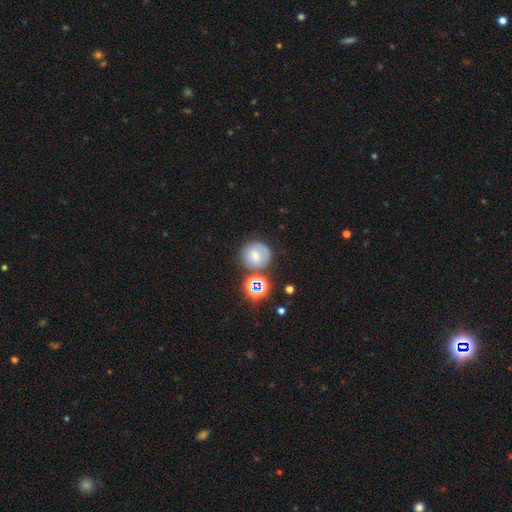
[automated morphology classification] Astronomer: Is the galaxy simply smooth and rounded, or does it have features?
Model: smooth — 61%.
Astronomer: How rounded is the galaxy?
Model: round — 89%.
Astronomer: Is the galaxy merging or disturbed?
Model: none — 66%.